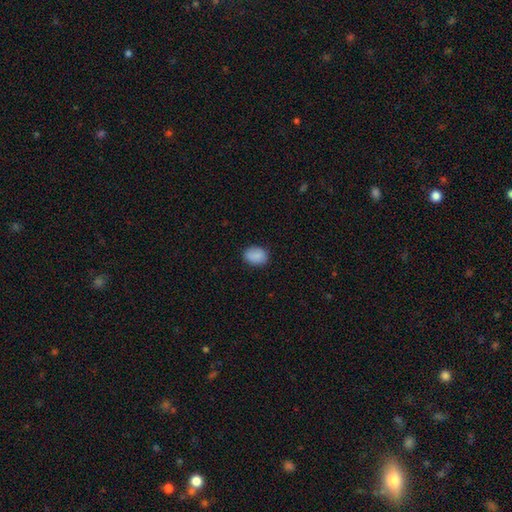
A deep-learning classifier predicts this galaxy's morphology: This is clearly a smooth galaxy (89%). How rounded: likely in between (65%). Merging: clearly none (85%).